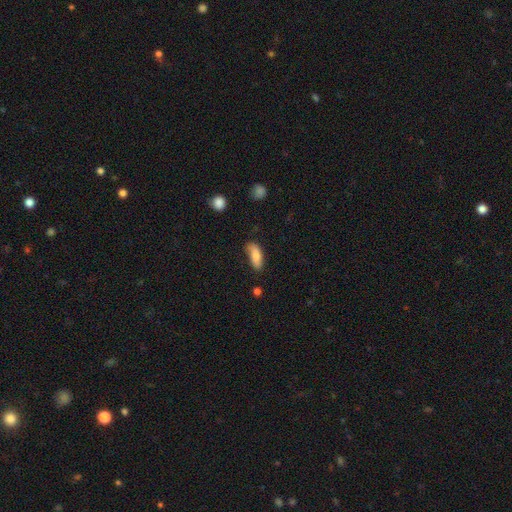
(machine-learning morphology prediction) Smooth or featured?
  - smooth: 81% *
  - featured or disk: 12%
  - star or artifact: 7%
How rounded?
  - in between: 73% *
  - cigar-shaped: 25%
  - round: 3%
Merging?
  - none: 64% *
  - minor disturbance: 28%
  - major disturbance: 6%
  - merger: 2%